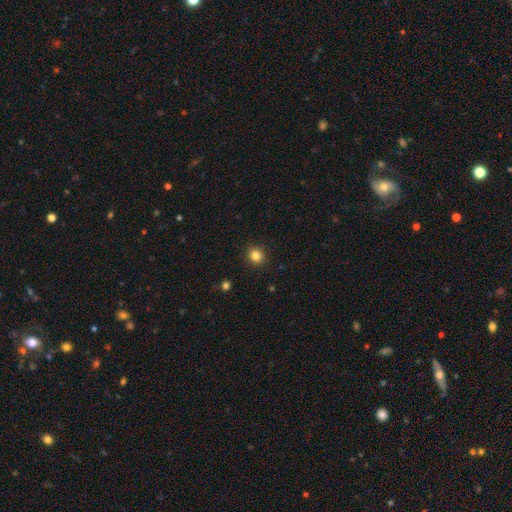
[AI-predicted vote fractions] smooth-or-featured: smooth: 83% | star or artifact: 12% | featured or disk: 5%
  how-rounded: round: 85% | in between: 14% | cigar-shaped: 1%
  merging: none: 91% | minor disturbance: 6% | major disturbance: 2% | merger: 1%